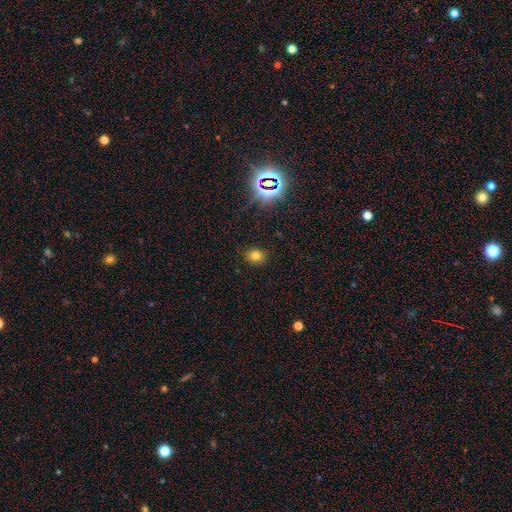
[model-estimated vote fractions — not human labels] A smooth galaxy with no disk features (73%) that is round (66%). Merging: none (87%).